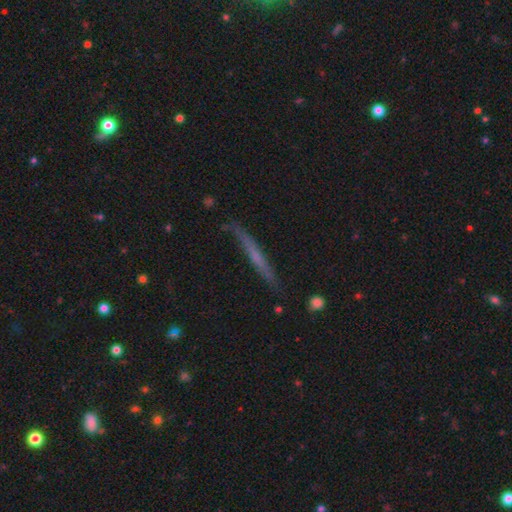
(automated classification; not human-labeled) Morphology: type=featured or disk (53%); edge-on=yes (93%); merging=none (79%).